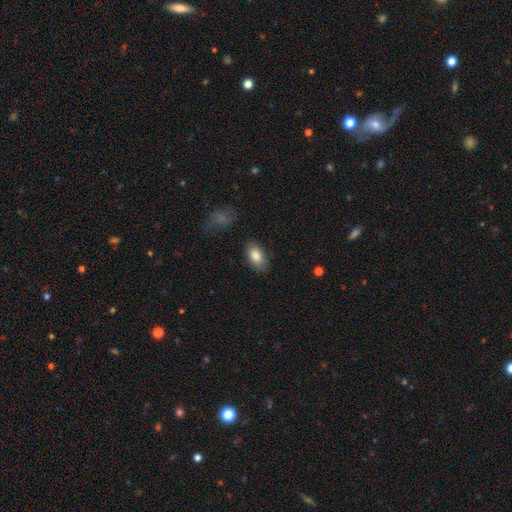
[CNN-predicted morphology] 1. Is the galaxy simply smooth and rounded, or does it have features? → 83% smooth, 10% featured or disk, 7% star or artifact.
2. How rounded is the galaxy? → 92% in between, 5% round, 3% cigar-shaped.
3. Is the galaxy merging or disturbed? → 84% none, 12% minor disturbance, 3% major disturbance, 1% merger.